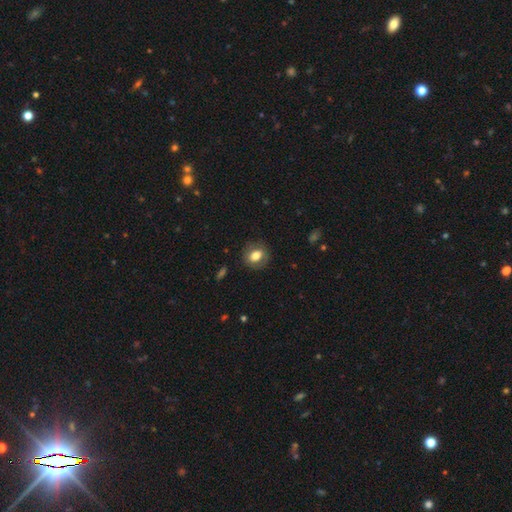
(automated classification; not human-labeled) This appears to be a smooth galaxy with no disk features (75%) that is round (61%). Merging: none (84%).